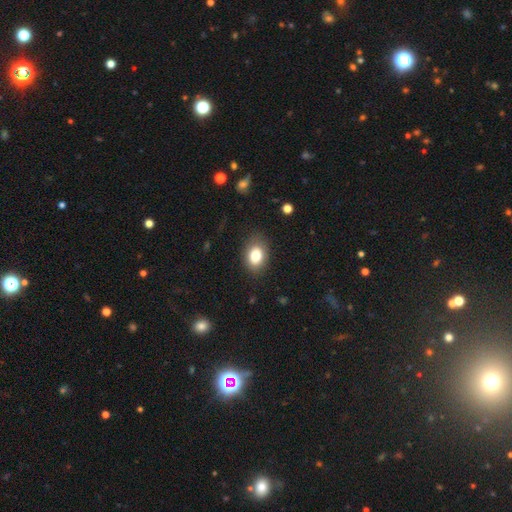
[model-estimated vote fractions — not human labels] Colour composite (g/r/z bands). It shows a smooth galaxy with no disk features (81%) that is in between round and cigar-shaped (77%). Merging: none (81%).